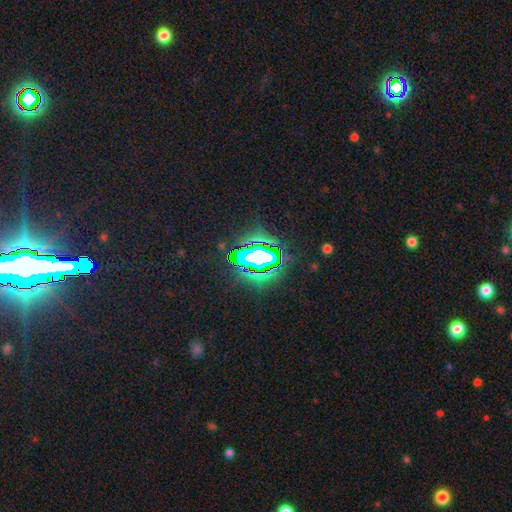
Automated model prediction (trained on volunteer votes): A star or artifact, not a galaxy (64%).

Vote fractions:
- Smooth or featured? star or artifact: 64% / smooth: 22% / featured or disk: 15%